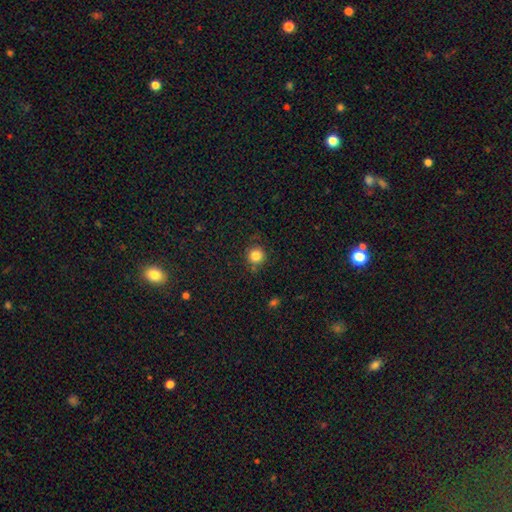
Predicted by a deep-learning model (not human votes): smooth_or_featured: smooth (p=0.83) [alt: star or artifact p=0.12]
how_rounded: round (p=0.94) [alt: in between p=0.05]
merging: none (p=0.83) [alt: minor disturbance p=0.10]